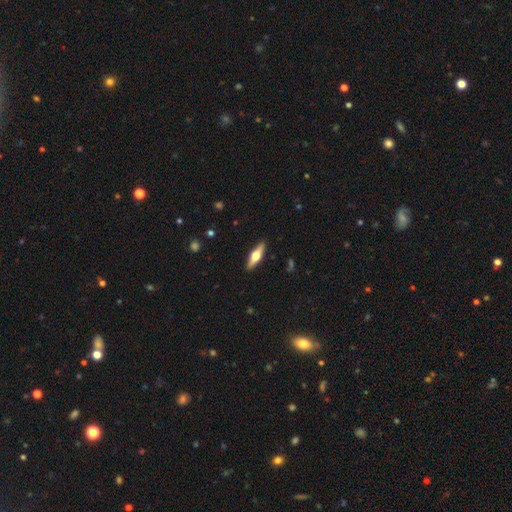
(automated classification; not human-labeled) A featured or disk galaxy (57%) viewed edge-on (94%) with a rounded central bulge (95%).

Vote fractions:
- Smooth or featured? featured or disk: 57% / smooth: 38% / star or artifact: 5%
- Edge-on disk? yes: 94% / no: 6%
- Edge-on bulge? rounded: 95% / boxy: 3% / none: 2%
- Merging? none: 90% / minor disturbance: 7% / major disturbance: 2% / merger: 1%